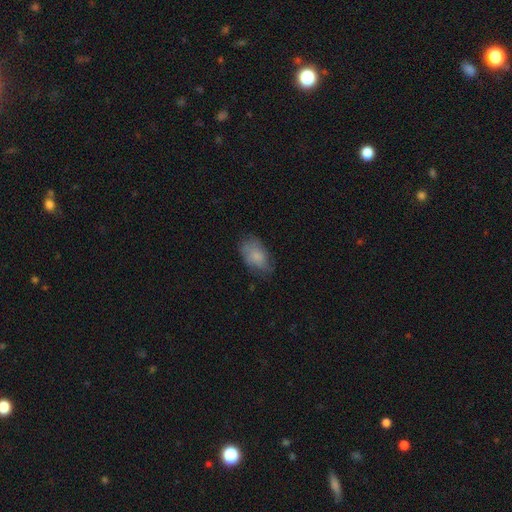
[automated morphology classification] A smooth galaxy with no disk features (73%) that is in between round and cigar-shaped (92%). Merging: none (62%).